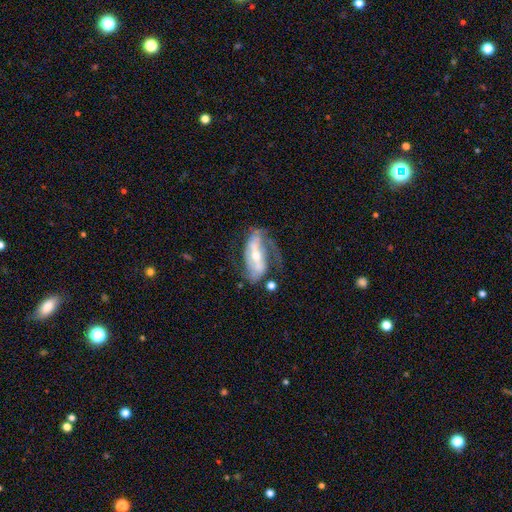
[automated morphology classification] type=featured or disk (79%); edge-on=no (90%); bar=strong (54%); spiral arms=yes (84%); winding=medium (39%); arm count=2 (70%); bulge=moderate (53%); merging=none (45%).